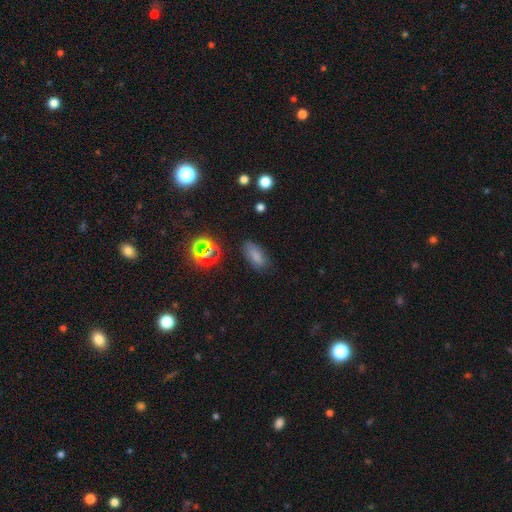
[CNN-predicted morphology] Smooth or featured: smooth — 74% (star or artifact — 17%)
How rounded: in between — 85% (cigar-shaped — 10%)
Merging: none — 76% (minor disturbance — 16%)